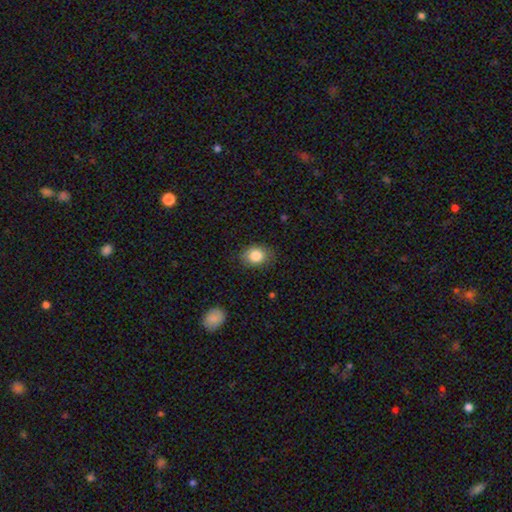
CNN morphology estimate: Smooth or featured? smooth (84%)
How rounded? in between (54%)
Merging? none (81%)